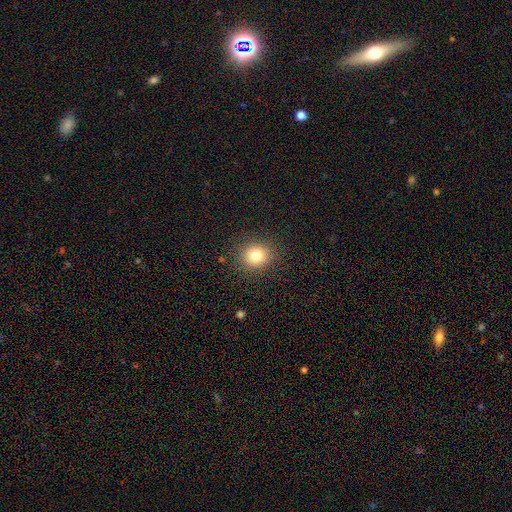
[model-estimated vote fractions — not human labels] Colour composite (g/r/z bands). It shows a smooth galaxy with no disk features (81%) that is round (83%). Merging: none (89%).